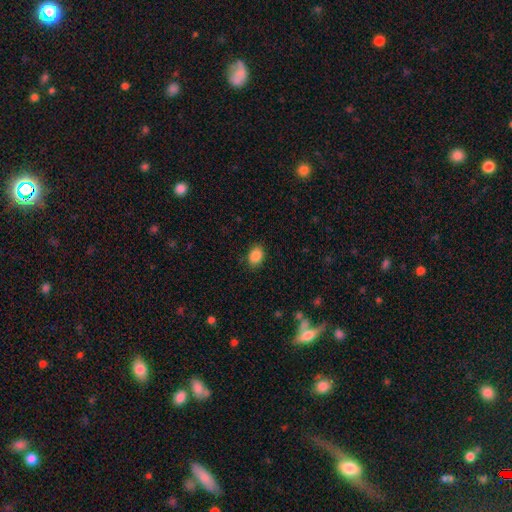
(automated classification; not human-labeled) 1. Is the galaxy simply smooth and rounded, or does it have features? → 88% smooth, 9% star or artifact, 4% featured or disk.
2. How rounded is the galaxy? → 70% in between, 29% round, 1% cigar-shaped.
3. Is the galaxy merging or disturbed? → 86% none, 10% minor disturbance, 3% major disturbance, 1% merger.